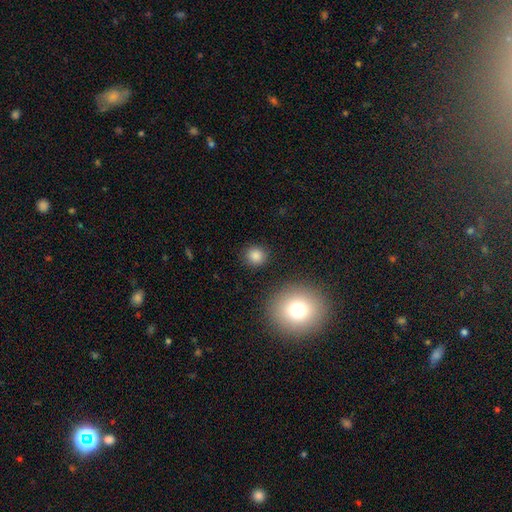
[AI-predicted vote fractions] Overall: smooth (84%). How rounded: round (87%). Merging: none (88%).